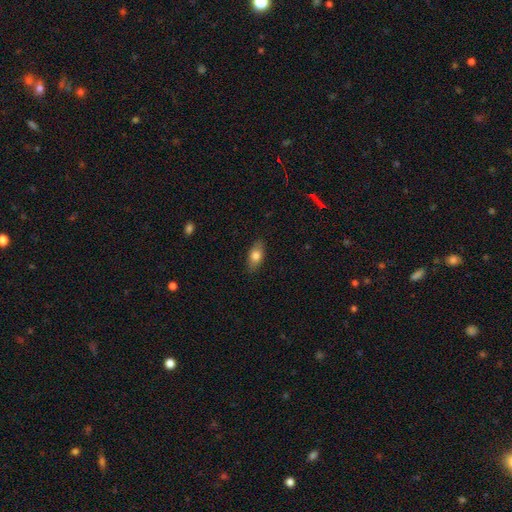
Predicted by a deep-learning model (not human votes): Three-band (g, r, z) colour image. It shows a smooth galaxy with no disk features (78%) that is in between round and cigar-shaped (87%). Merging: none (87%).